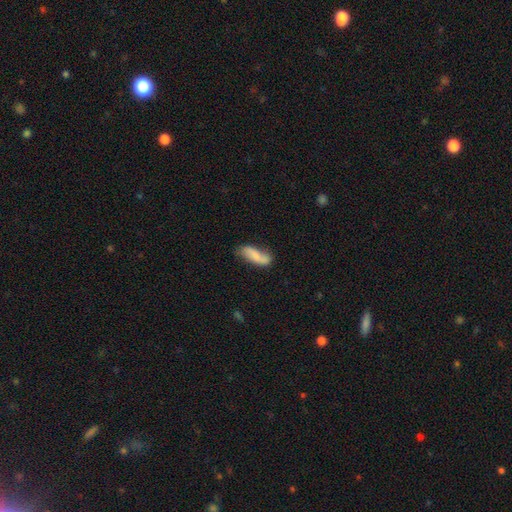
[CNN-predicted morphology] Smooth or featured?
  - smooth: 70% *
  - featured or disk: 23%
  - star or artifact: 7%
How rounded?
  - in between: 63% *
  - cigar-shaped: 35%
  - round: 2%
Merging?
  - none: 56% *
  - minor disturbance: 29%
  - major disturbance: 9%
  - merger: 6%